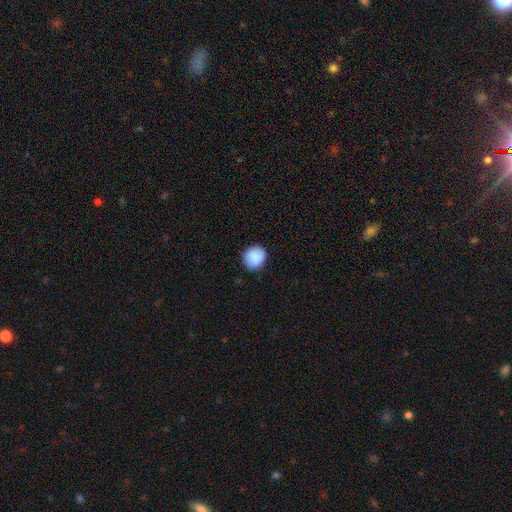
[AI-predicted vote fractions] Overall: smooth (90%). How rounded: round (83%). Merging: none (88%).